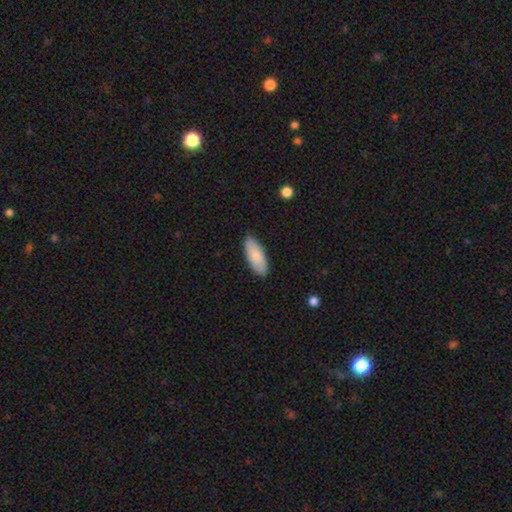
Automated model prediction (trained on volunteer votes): Q: Smooth or featured?
A: smooth (87%); runner-up: featured or disk (8%)
Q: How rounded?
A: in between (80%); runner-up: cigar-shaped (18%)
Q: Merging?
A: none (88%); runner-up: minor disturbance (9%)